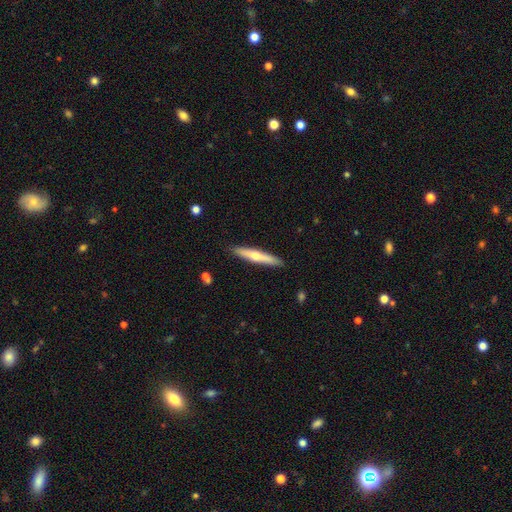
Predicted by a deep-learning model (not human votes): smooth-or-featured: featured or disk: 48% | smooth: 47% | star or artifact: 5%
  merging: none: 89% | minor disturbance: 8% | major disturbance: 2% | merger: 1%